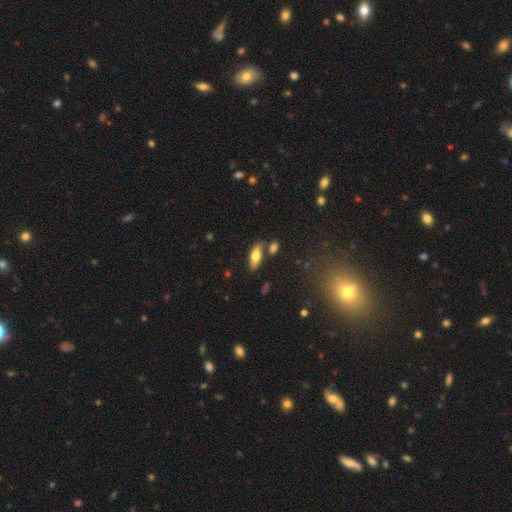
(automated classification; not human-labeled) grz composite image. It shows a smooth galaxy with no disk features (67%) that is in between round and cigar-shaped (69%). Merging: none (70%).